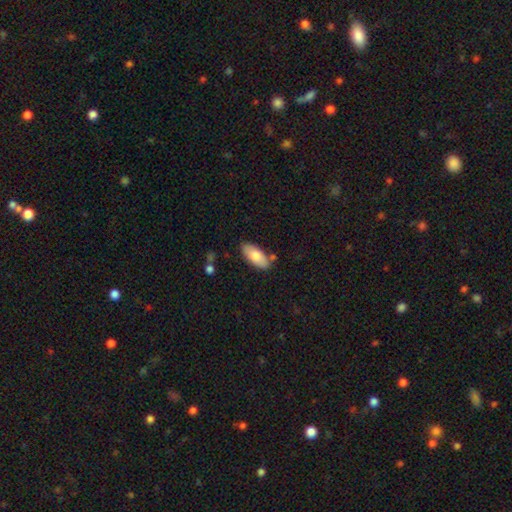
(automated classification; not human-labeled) A smooth galaxy with no disk features (79%) that is in between round and cigar-shaped (88%).

Vote fractions:
- Smooth or featured? smooth: 79% / featured or disk: 15% / star or artifact: 6%
- How rounded? in between: 88% / cigar-shaped: 10% / round: 2%
- Merging? none: 79% / minor disturbance: 13% / merger: 5% / major disturbance: 3%